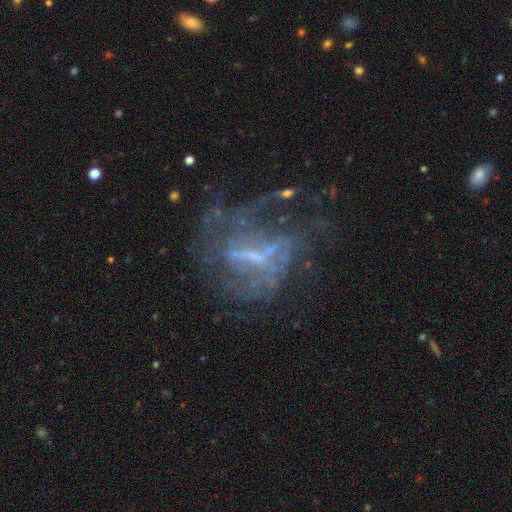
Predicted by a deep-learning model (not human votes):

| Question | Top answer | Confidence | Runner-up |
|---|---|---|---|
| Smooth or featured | featured or disk | 72% | star or artifact (16%) |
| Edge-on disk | no | 95% | yes (5%) |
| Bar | weak | 41% | strong (30%) |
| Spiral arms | yes | 55% | no (45%) |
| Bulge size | none | 38% | small (37%) |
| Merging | none | 41% | major disturbance (38%) |